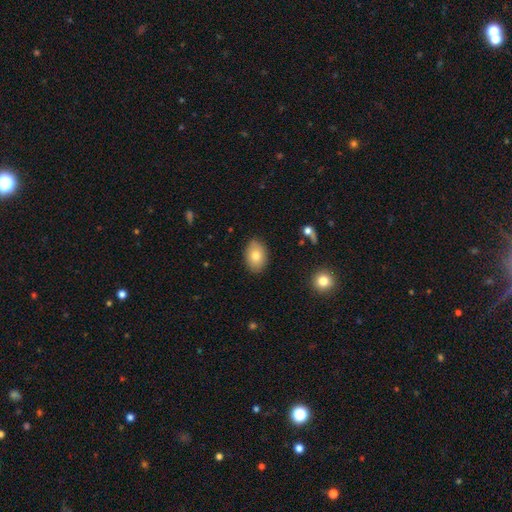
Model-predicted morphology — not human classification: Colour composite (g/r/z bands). It shows a smooth galaxy with no disk features (79%) that is in between round and cigar-shaped (83%). Merging: none (86%).